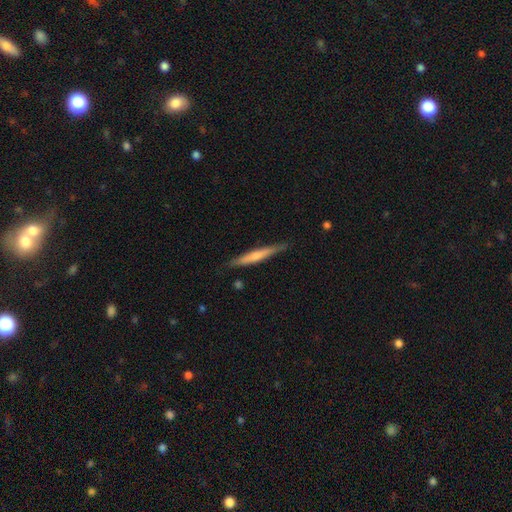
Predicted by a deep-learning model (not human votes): Morphology: type=smooth (50%); merging=none (86%).